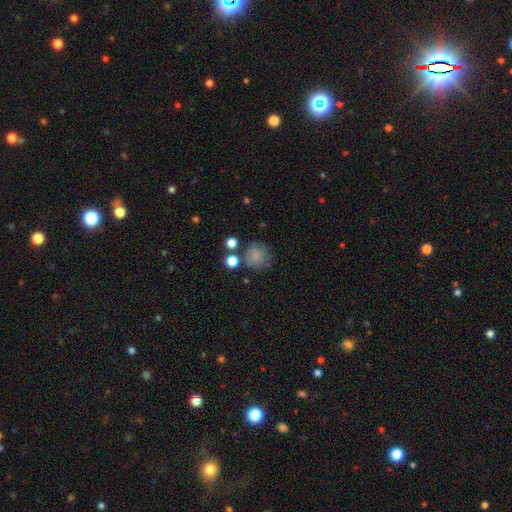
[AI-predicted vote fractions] Morphology: type=smooth (77%); roundness=round (88%); merging=none (67%).